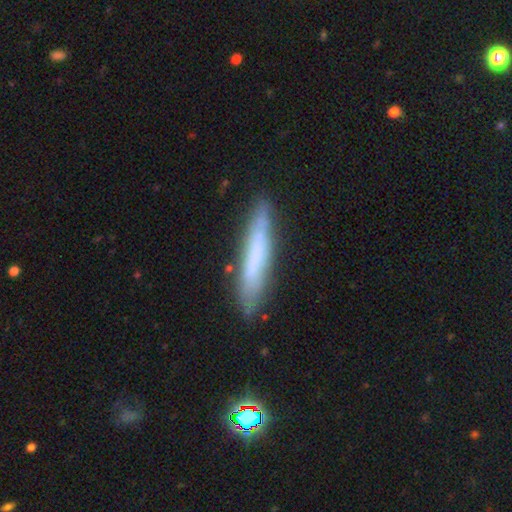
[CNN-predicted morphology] smooth-or-featured: smooth: 53% | featured or disk: 39% | star or artifact: 8%
  how-rounded: cigar-shaped: 91% | in between: 8% | round: 1%
  merging: none: 80% | minor disturbance: 15% | major disturbance: 3% | merger: 2%